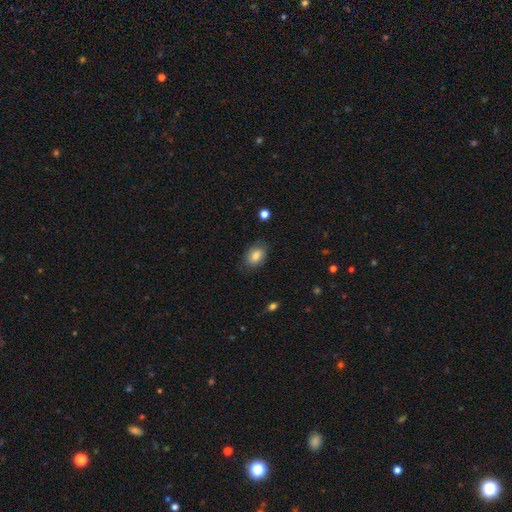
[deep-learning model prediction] Smooth or featured? smooth (84%)
How rounded? in between (84%)
Merging? none (76%)